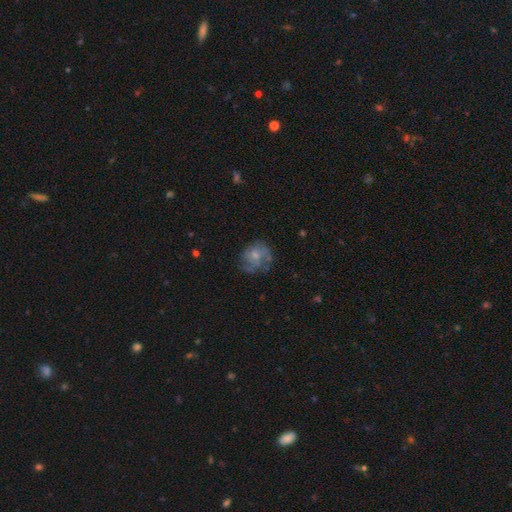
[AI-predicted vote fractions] A featured or disk galaxy (50%). Merging: none (57%).